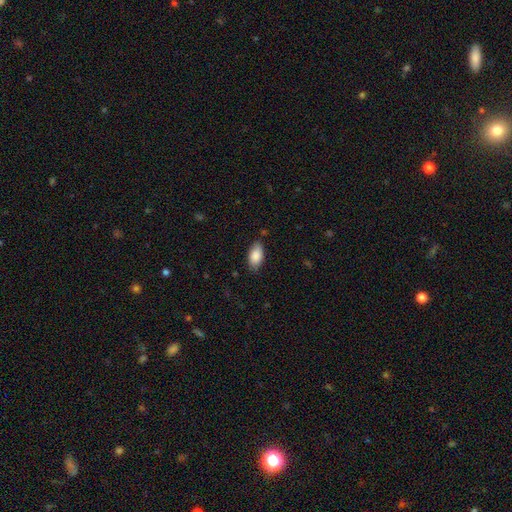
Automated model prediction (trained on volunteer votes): smooth 87%, featured or disk 7%, star or artifact 6%. Down the decision tree: how rounded — in between (93%); merging — none (80%).